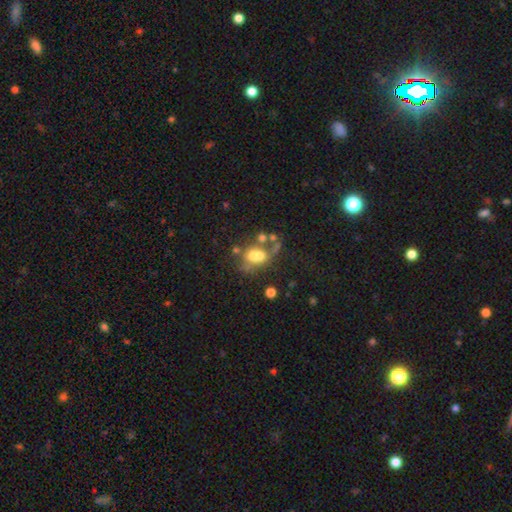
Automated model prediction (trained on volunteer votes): Smooth or featured? smooth (50%)
Merging? merger (40%)